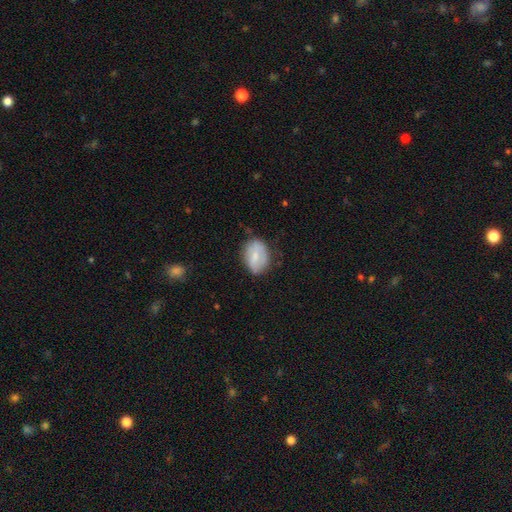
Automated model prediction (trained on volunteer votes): Q: Smooth or featured?
A: smooth (64%); runner-up: featured or disk (29%)
Q: How rounded?
A: in between (66%); runner-up: round (33%)
Q: Merging?
A: none (68%); runner-up: minor disturbance (24%)